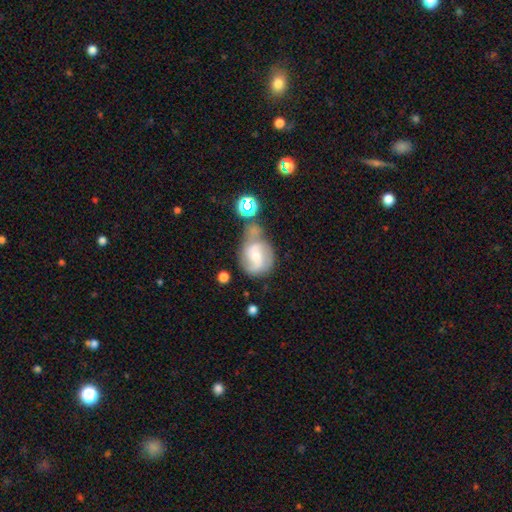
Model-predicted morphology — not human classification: Smooth or featured: featured or disk — 58% (smooth — 33%)
Edge-on disk: no — 97% (yes — 3%)
Bar: weak — 47% (no — 39%)
Spiral arms: yes — 85% (no — 15%)
Bulge size: small — 47% (moderate — 44%)
Merging: merger — 36% (none — 34%)